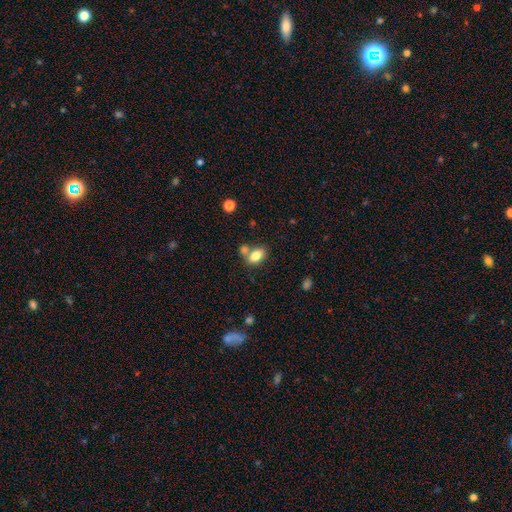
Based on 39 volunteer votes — smooth_or_featured: smooth (p=0.87) [alt: featured or disk p=0.10]
how_rounded: in between (p=0.91) [alt: round p=0.06]
merging: none (p=0.74) [alt: merger p=0.16]